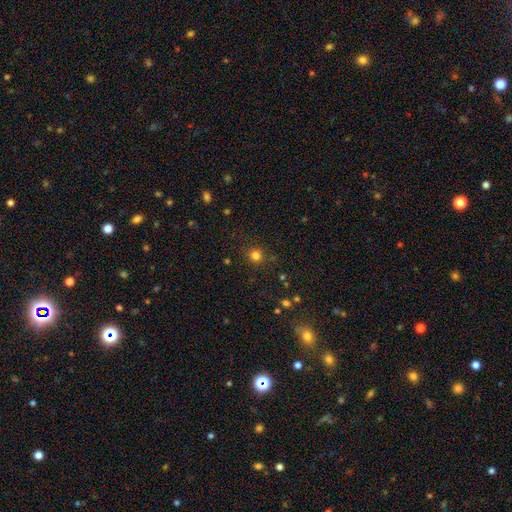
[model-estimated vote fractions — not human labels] The model was most divided on "smooth or featured": smooth: 80%, star or artifact: 16%, featured or disk: 5%. More confident: how rounded — round (93%); merging — none (88%).